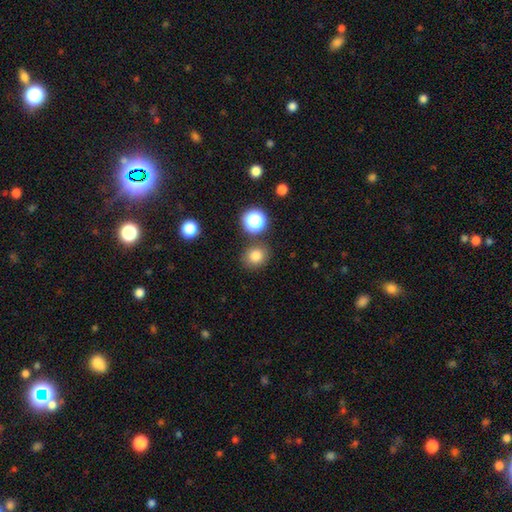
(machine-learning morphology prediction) smooth-or-featured: smooth: 80% | star or artifact: 14% | featured or disk: 6%
  how-rounded: round: 74% | in between: 25% | cigar-shaped: 1%
  merging: none: 81% | minor disturbance: 10% | merger: 6% | major disturbance: 3%